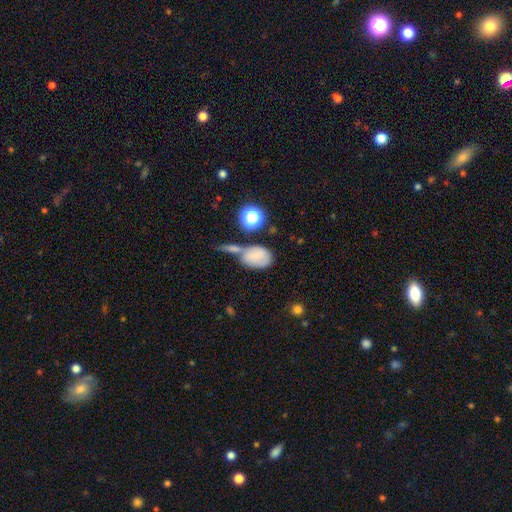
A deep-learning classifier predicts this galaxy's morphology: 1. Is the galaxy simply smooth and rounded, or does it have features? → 66% smooth, 22% featured or disk, 12% star or artifact.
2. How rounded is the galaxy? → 78% in between, 20% round, 2% cigar-shaped.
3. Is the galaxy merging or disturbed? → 37% none, 36% merger, 17% minor disturbance, 10% major disturbance.